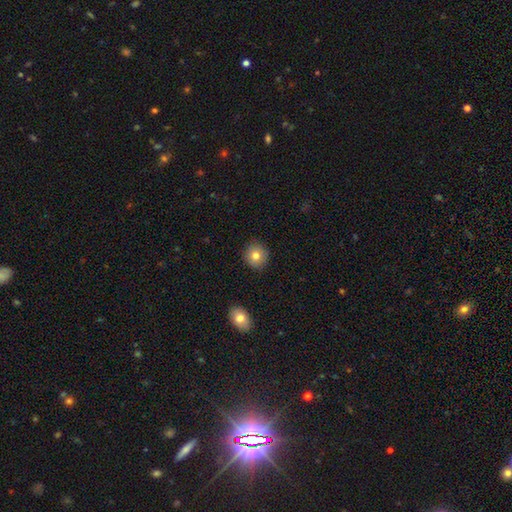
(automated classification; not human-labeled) A smooth galaxy with no disk features (81%) that is round (86%).

Vote fractions:
- Smooth or featured? smooth: 81% / featured or disk: 10% / star or artifact: 9%
- How rounded? round: 86% / in between: 13% / cigar-shaped: 1%
- Merging? none: 90% / minor disturbance: 7% / major disturbance: 2% / merger: 1%